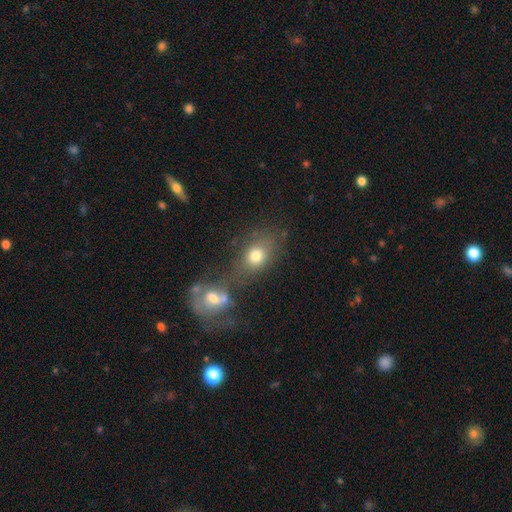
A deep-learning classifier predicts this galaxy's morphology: Q: Smooth or featured?
A: smooth (73%); runner-up: featured or disk (14%)
Q: How rounded?
A: in between (53%); runner-up: round (45%)
Q: Merging?
A: none (48%); runner-up: merger (33%)